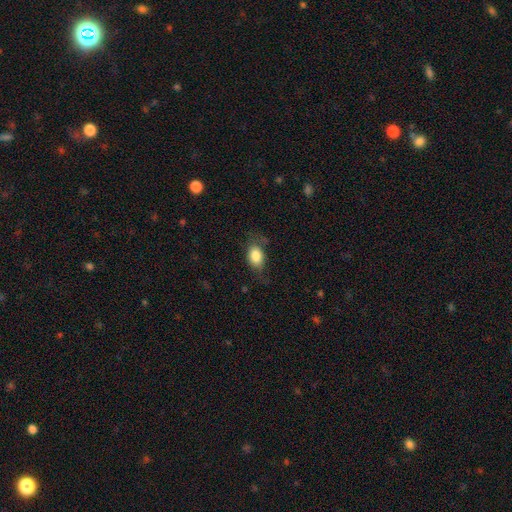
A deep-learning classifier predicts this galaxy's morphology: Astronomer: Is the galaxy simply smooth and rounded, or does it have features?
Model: smooth — 82%.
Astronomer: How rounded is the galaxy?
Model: in between — 79%.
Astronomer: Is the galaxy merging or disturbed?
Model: none — 64%.